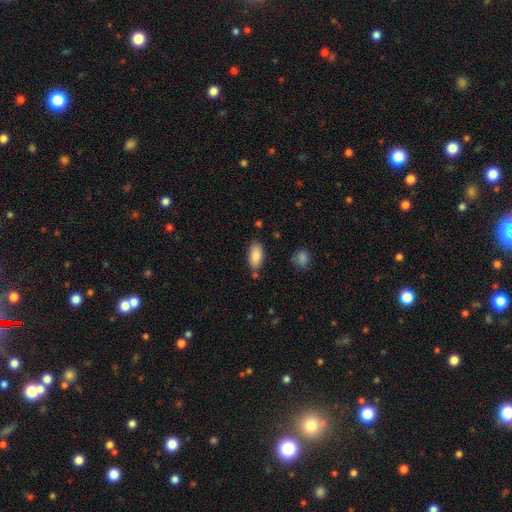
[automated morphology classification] This appears to be a smooth galaxy with no disk features (88%) that is in between round and cigar-shaped (92%). Merging: none (78%).